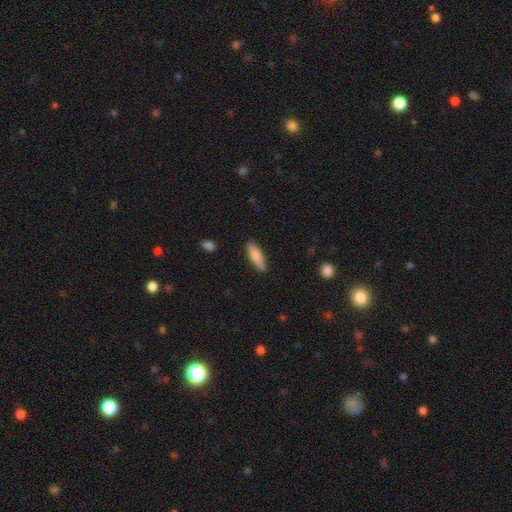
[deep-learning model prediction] The model was most divided on "how rounded": cigar-shaped: 56%, in between: 42%, round: 2%. More confident: merging — none (84%); smooth or featured — smooth (81%).